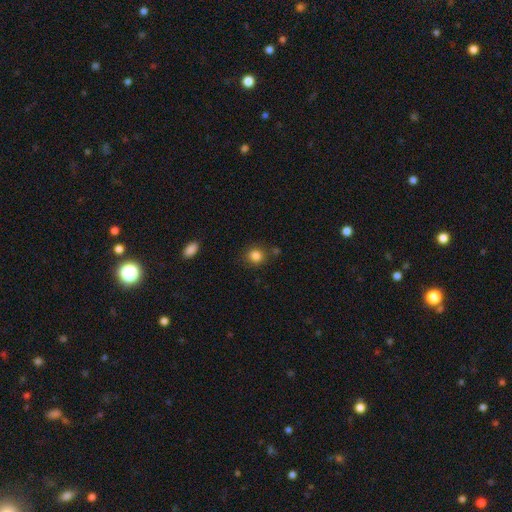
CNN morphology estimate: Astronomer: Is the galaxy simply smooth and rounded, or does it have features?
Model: smooth — 85%.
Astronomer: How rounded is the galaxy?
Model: round — 83%.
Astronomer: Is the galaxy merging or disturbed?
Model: none — 80%.